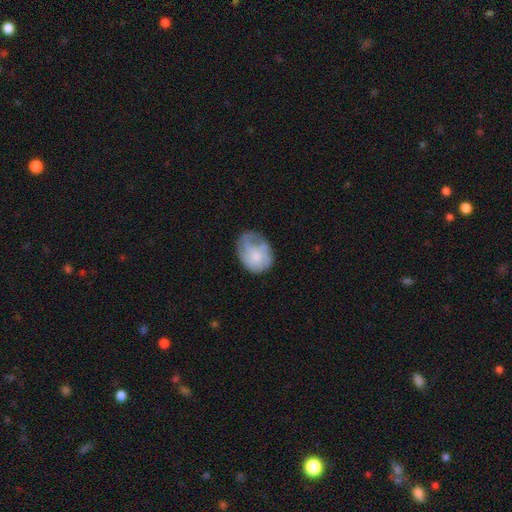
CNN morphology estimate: The model was most divided on "merging": none: 42%, minor disturbance: 32%, major disturbance: 24%, merger: 2%. More confident: smooth or featured — smooth (59%); how rounded — in between (57%).